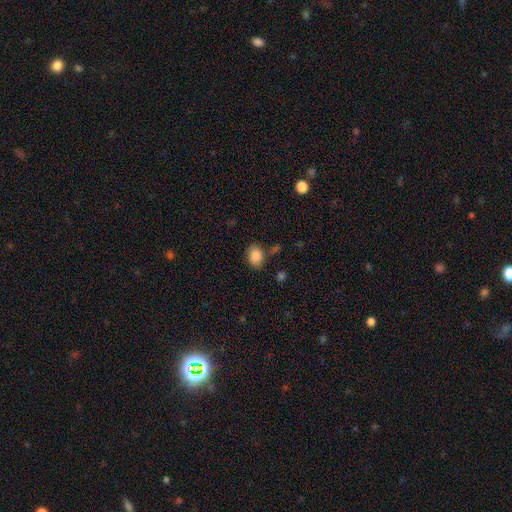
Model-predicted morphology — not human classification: The model was most divided on "how rounded": in between: 73%, round: 26%, cigar-shaped: 1%. More confident: smooth or featured — smooth (87%); merging — none (73%).